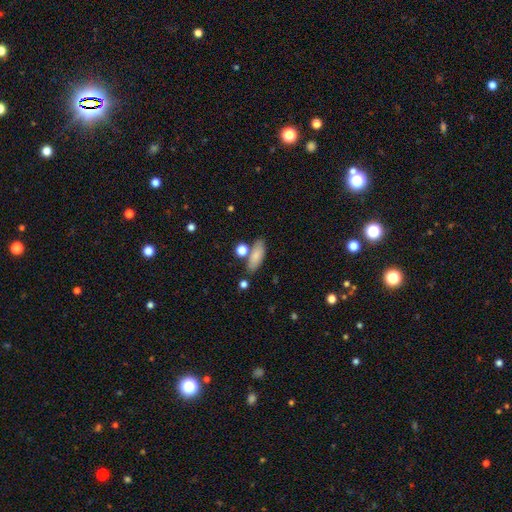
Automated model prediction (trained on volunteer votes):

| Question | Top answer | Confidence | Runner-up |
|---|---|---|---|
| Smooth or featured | smooth | 80% | featured or disk (12%) |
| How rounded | in between | 71% | cigar-shaped (25%) |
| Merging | none | 70% | minor disturbance (14%) |